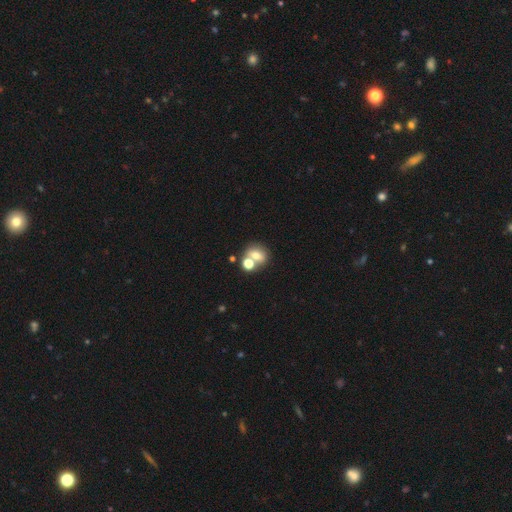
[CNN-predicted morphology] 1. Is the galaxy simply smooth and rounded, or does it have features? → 67% smooth, 19% featured or disk, 15% star or artifact.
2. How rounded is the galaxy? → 57% round, 41% in between, 2% cigar-shaped.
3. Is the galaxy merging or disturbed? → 45% none, 41% merger, 9% minor disturbance, 4% major disturbance.